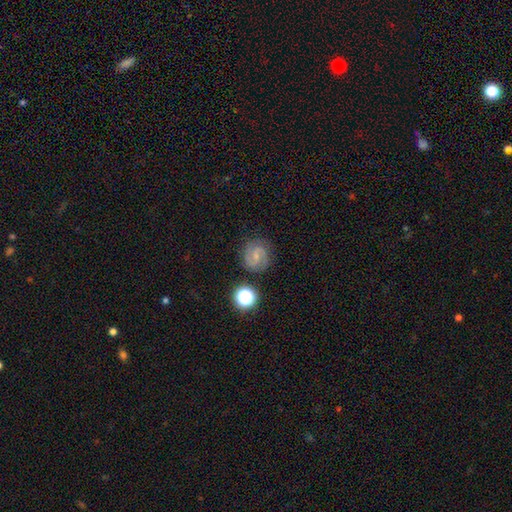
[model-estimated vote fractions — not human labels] This is likely a featured or disk galaxy (72%). It is clearly not viewed edge-on (98%). Bar: possibly weak (49%). Spiral arm pattern: clearly yes (96%). Spiral arm count: clearly 2 (82%). Spiral winding: possibly medium (47%). Central bulge: likely small (65%). Merging: likely none (78%).